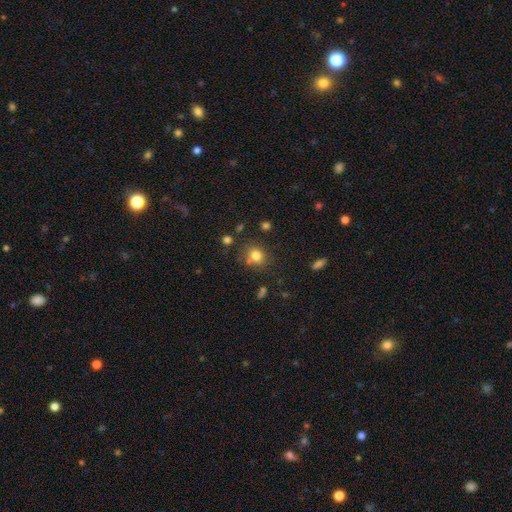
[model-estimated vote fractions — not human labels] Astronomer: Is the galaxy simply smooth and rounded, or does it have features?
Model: smooth — 78%.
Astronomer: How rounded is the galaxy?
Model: round — 73%.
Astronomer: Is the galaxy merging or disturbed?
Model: none — 74%.